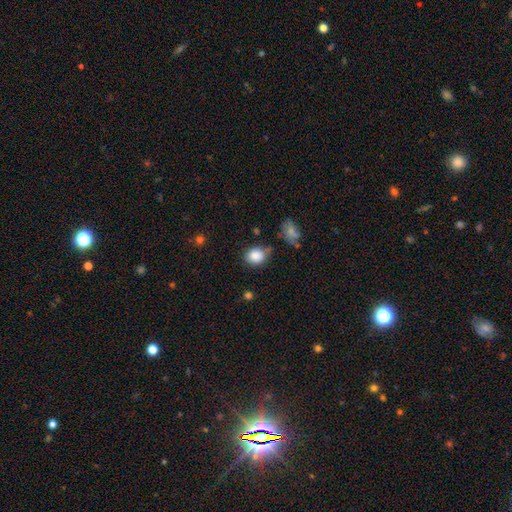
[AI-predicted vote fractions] This appears to be a smooth galaxy with no disk features (85%) that is round (57%). Merging: none (65%).